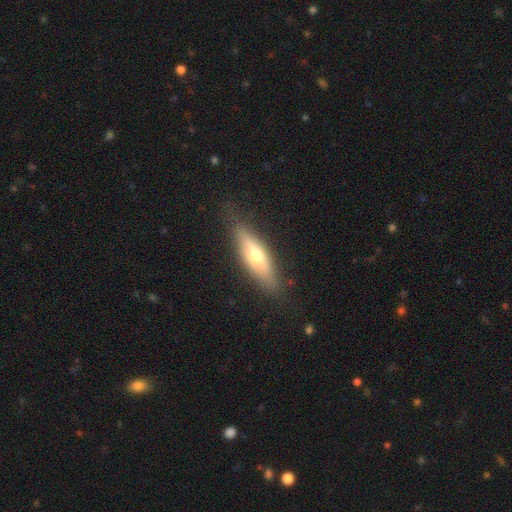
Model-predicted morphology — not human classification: This appears to be a smooth galaxy with no disk features (49%). Merging: none (81%).